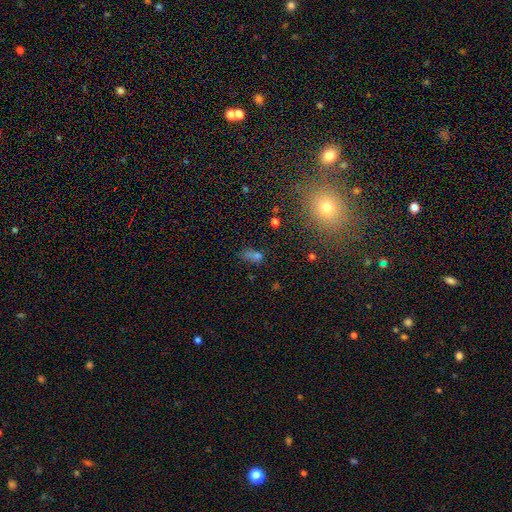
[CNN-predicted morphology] smooth-or-featured: smooth: 54% | star or artifact: 35% | featured or disk: 11%
  how-rounded: in between: 62% | round: 31% | cigar-shaped: 6%
  merging: none: 55% | merger: 18% | minor disturbance: 16% | major disturbance: 11%